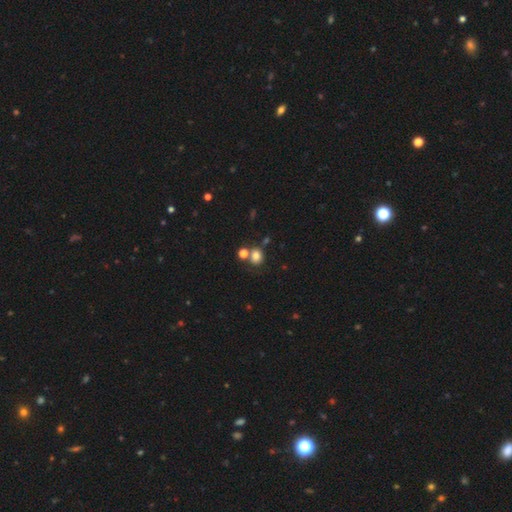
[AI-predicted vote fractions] A smooth galaxy with no disk features (79%) that is round (67%). Merging: none (60%).